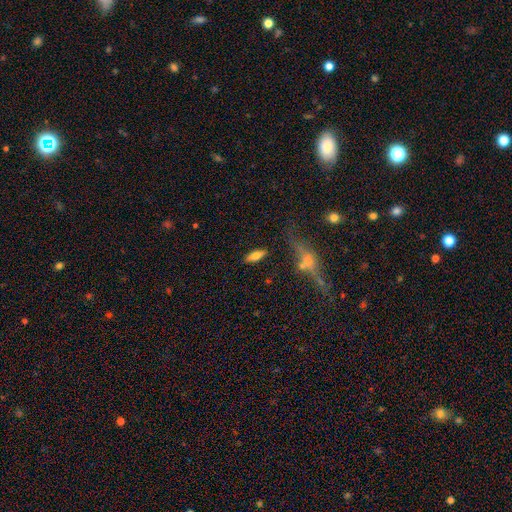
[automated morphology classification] Smooth or featured?
  - smooth: 63% *
  - featured or disk: 29%
  - star or artifact: 8%
How rounded?
  - in between: 67% *
  - cigar-shaped: 30%
  - round: 3%
Merging?
  - none: 82% *
  - minor disturbance: 11%
  - major disturbance: 3%
  - merger: 3%